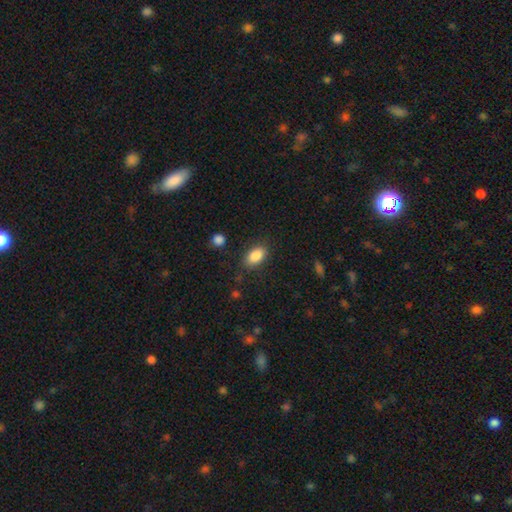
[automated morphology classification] Q: Smooth or featured?
A: smooth (87%); runner-up: star or artifact (8%)
Q: How rounded?
A: in between (90%); runner-up: round (8%)
Q: Merging?
A: none (83%); runner-up: minor disturbance (12%)